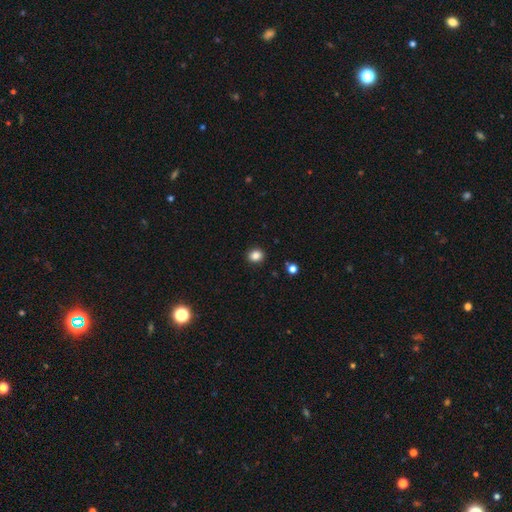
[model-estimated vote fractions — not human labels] Smooth or featured? smooth (85%)
How rounded? round (72%)
Merging? none (91%)